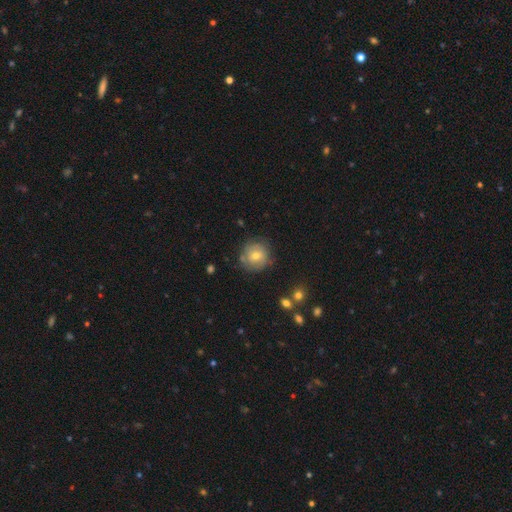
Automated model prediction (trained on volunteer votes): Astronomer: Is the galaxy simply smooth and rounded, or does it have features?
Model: smooth — 55% (runner-up: featured or disk, 34%).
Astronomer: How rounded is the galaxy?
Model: round — 90%.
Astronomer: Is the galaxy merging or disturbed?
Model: none — 76%.